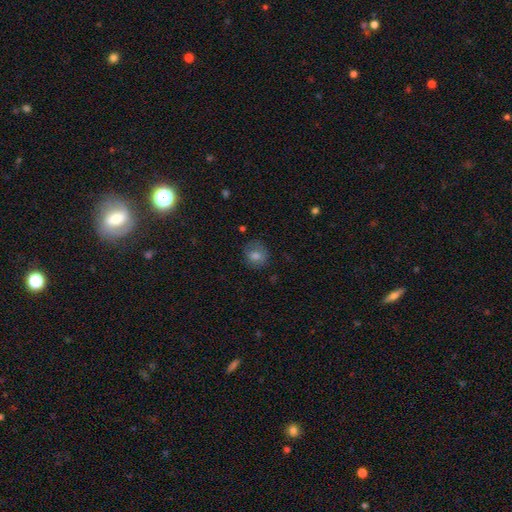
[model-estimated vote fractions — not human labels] A smooth galaxy with no disk features (71%) that is round (80%). Merging: none (78%).